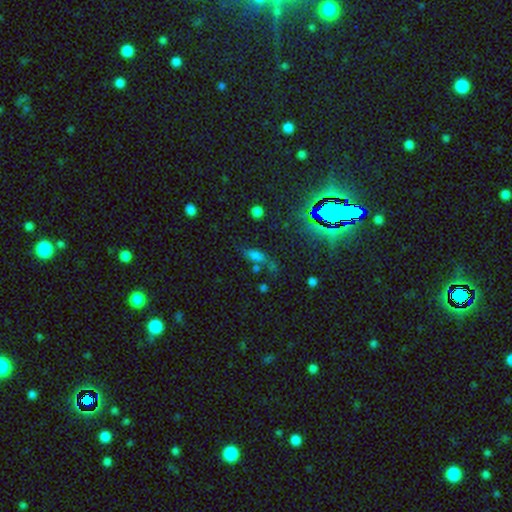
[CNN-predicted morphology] type=smooth (60%); roundness=in between (67%); merging=none (47%).